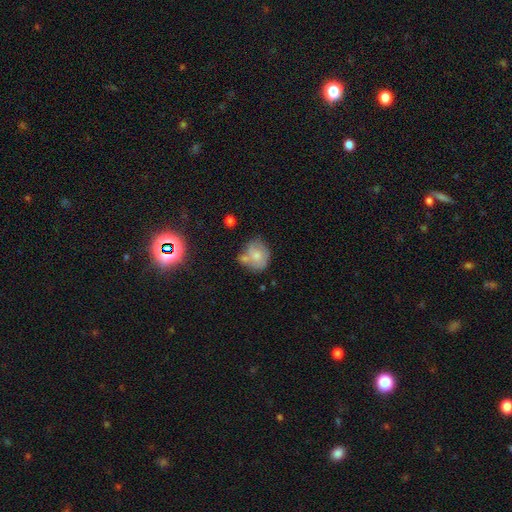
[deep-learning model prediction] smooth 63%, featured or disk 29%, star or artifact 8%. Down the decision tree: how rounded — round (66%); merging — none (43%).